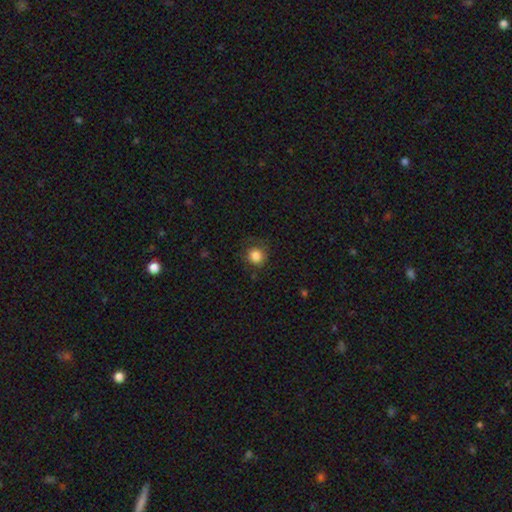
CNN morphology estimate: smooth 84%, star or artifact 10%, featured or disk 6%. Down the decision tree: how rounded — round (89%); merging — none (75%).